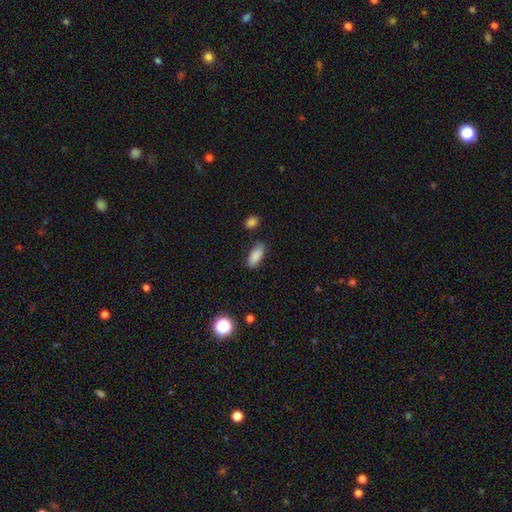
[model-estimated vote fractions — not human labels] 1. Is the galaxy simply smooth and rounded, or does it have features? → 87% smooth, 8% star or artifact, 5% featured or disk.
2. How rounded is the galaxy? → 80% in between, 18% cigar-shaped, 3% round.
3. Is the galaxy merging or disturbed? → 78% none, 16% minor disturbance, 3% major disturbance, 3% merger.